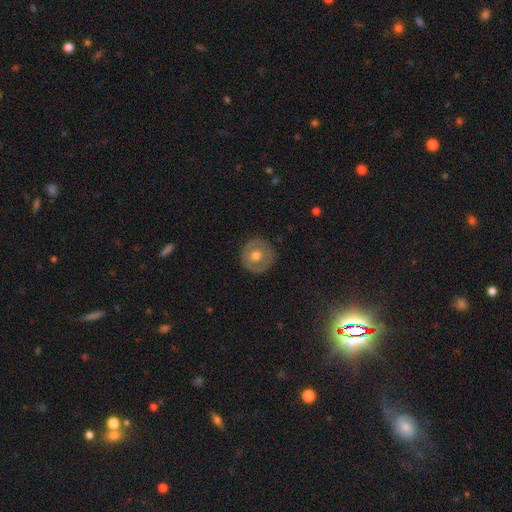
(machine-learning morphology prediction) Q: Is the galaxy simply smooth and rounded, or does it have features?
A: smooth — 51%.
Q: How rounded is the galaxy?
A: round — 93%.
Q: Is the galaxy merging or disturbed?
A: none — 86%.